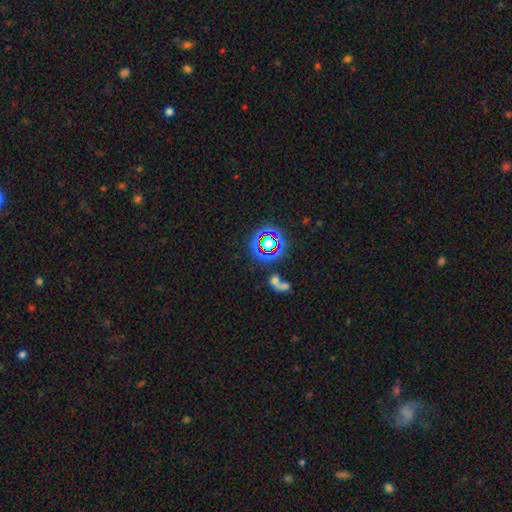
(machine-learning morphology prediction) Smooth or featured? Predicted: star or artifact (p=0.53).